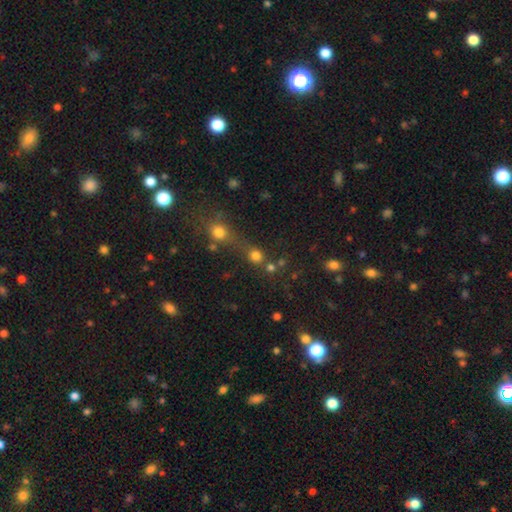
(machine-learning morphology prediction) Overall: smooth (74%). How rounded: round (88%). Merging: none (50%; merger 36%).